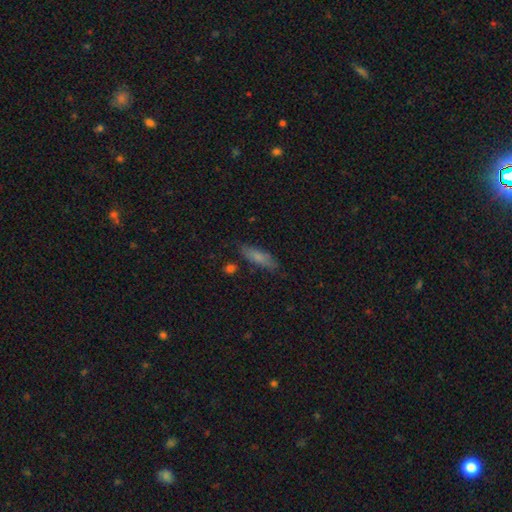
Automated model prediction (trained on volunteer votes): A smooth galaxy with no disk features (68%) that is cigar-shaped (66%).

Vote fractions:
- Smooth or featured? smooth: 68% / featured or disk: 22% / star or artifact: 10%
- How rounded? cigar-shaped: 66% / in between: 32% / round: 3%
- Merging? none: 81% / minor disturbance: 13% / major disturbance: 3% / merger: 2%